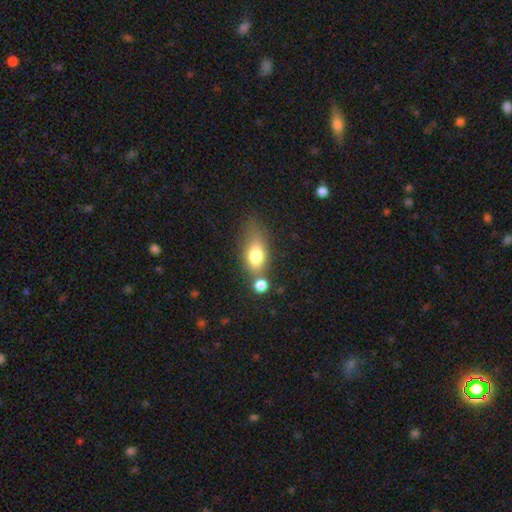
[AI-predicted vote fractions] This appears to be a smooth galaxy with no disk features (75%) that is in between round and cigar-shaped (79%). Merging: none (45%).